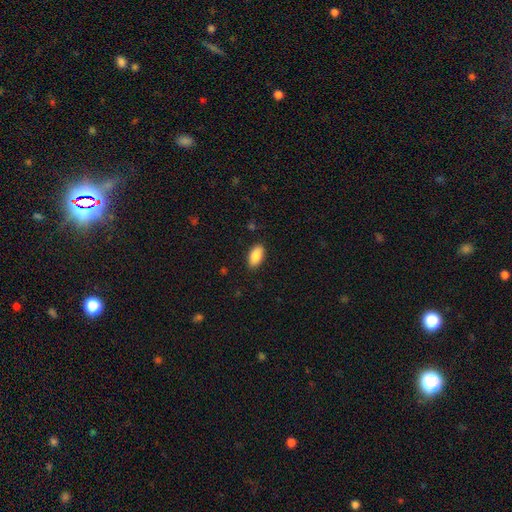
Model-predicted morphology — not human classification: This appears to be a smooth galaxy with no disk features (88%) that is in between round and cigar-shaped (93%). Merging: none (87%).